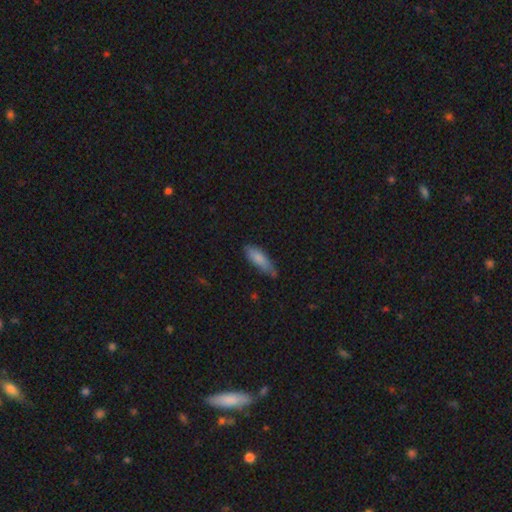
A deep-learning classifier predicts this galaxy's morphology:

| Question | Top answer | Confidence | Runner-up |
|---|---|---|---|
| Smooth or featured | smooth | 81% | featured or disk (12%) |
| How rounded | cigar-shaped | 51% | in between (47%) |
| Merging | none | 65% | minor disturbance (28%) |